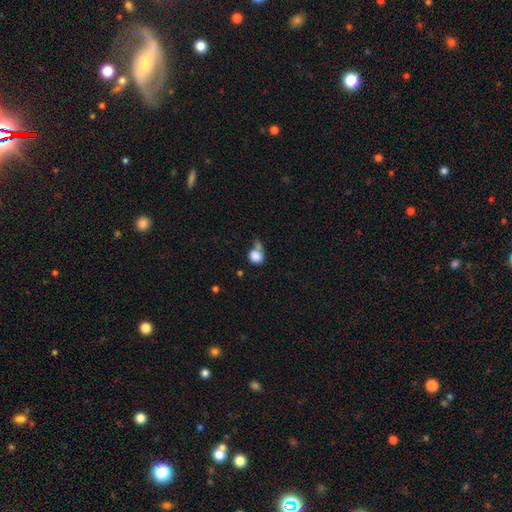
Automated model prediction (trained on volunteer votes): Overall: smooth (85%). How rounded: round (78%). Merging: none (38%; merger 29%).